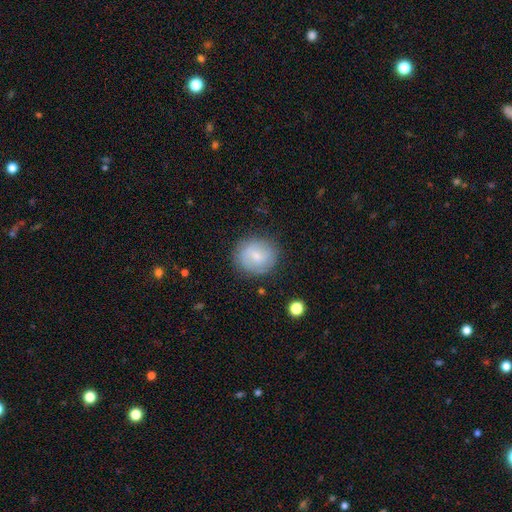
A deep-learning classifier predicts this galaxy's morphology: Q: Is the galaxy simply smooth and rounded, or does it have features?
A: smooth — 63%.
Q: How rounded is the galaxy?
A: round — 85%.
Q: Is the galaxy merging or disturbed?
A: none — 82%.